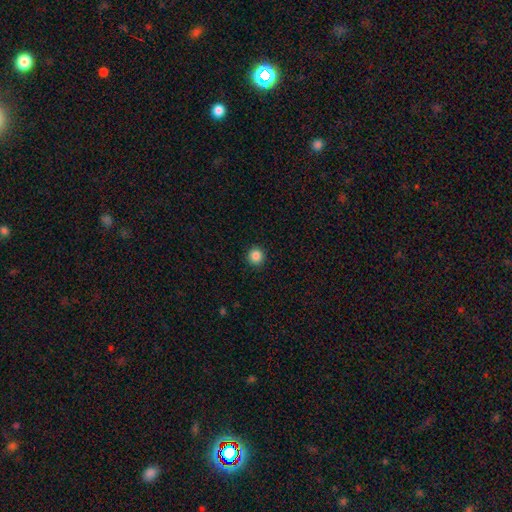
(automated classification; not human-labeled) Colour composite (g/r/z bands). It shows a smooth galaxy with no disk features (86%) that is round (94%). Merging: none (93%).